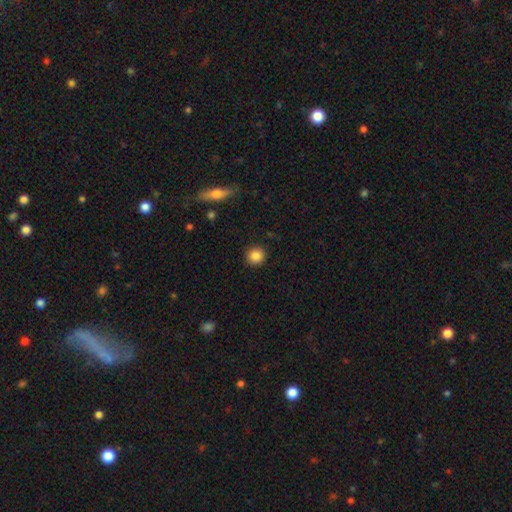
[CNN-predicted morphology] This is clearly a smooth galaxy (86%). How rounded: clearly round (93%). Merging: clearly none (91%).